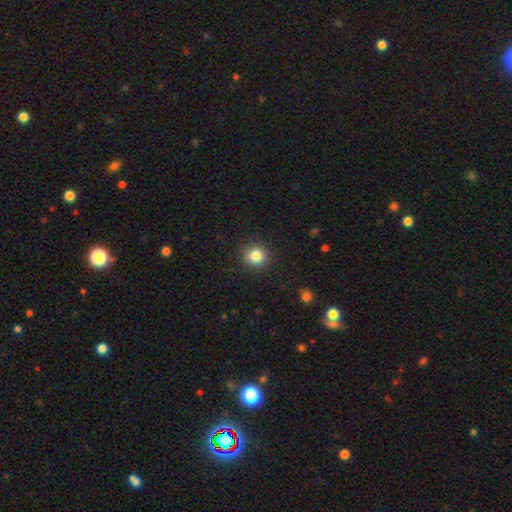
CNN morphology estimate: This is clearly a smooth galaxy (83%). How rounded: clearly round (89%). Merging: clearly none (91%).